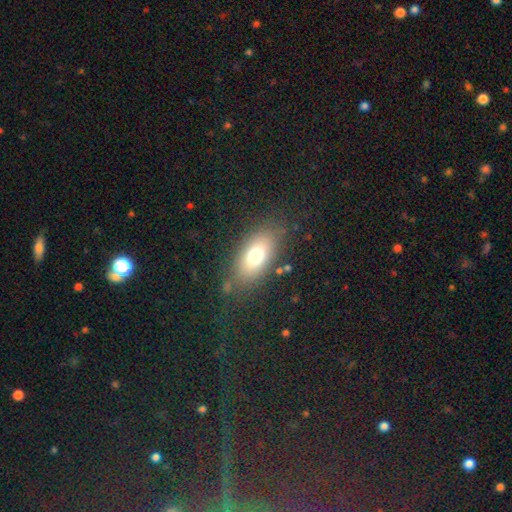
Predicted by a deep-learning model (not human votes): This is likely a smooth galaxy (72%). How rounded: clearly in between (85%). Merging: likely none (77%).